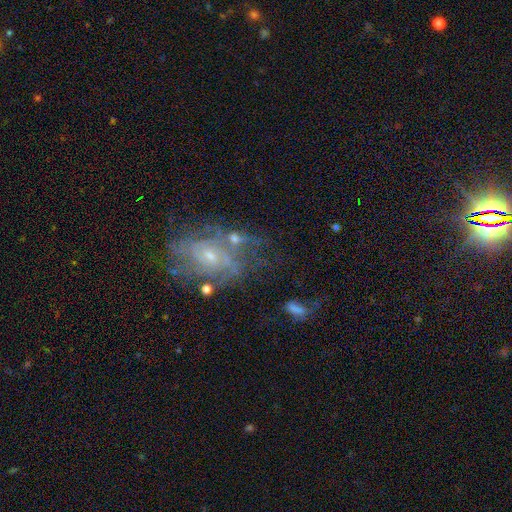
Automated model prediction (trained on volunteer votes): Smooth or featured? Predicted: featured or disk (p=0.59). Edge-on disk? Predicted: no (p=0.92). Bar? Predicted: no (p=0.66). Spiral arms? Predicted: yes (p=0.66). Bulge size? Predicted: small (p=0.67). Merging? Predicted: none (p=0.56).